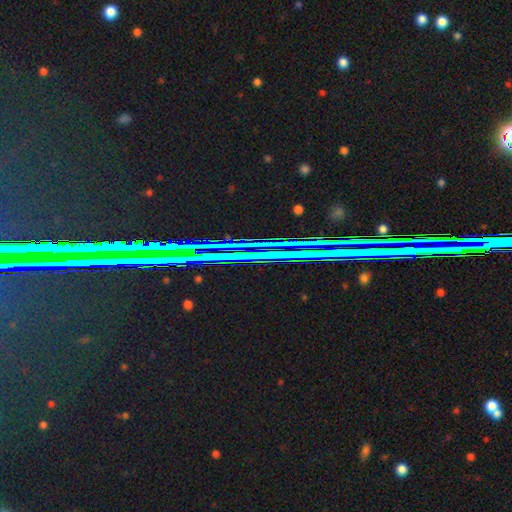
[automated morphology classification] Smooth or featured: star or artifact — 74% (featured or disk — 14%)